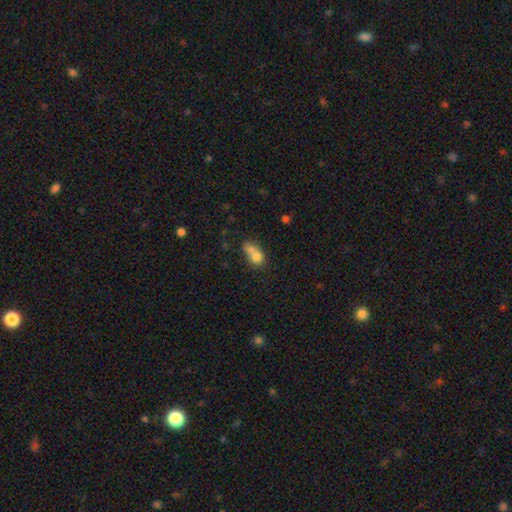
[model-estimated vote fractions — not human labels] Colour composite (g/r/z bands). It shows a smooth galaxy with no disk features (73%) that is round (52%). Merging: merger (63%).